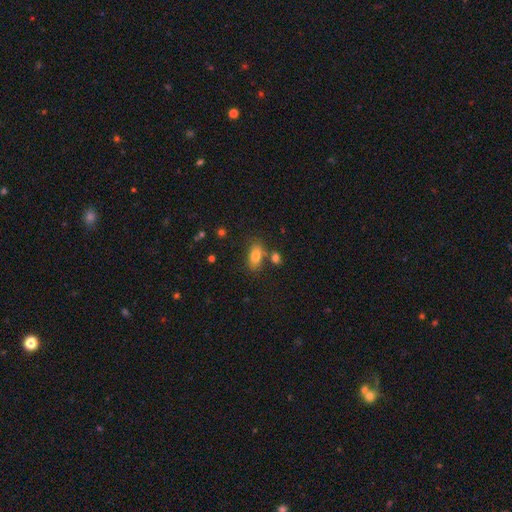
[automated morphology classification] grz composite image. It shows a smooth galaxy with no disk features (82%) that is in between round and cigar-shaped (88%). Merging: none (67%).